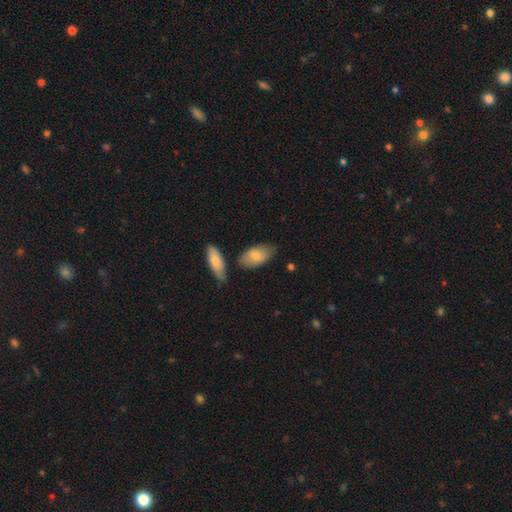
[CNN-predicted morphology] Smooth or featured? Predicted: smooth (p=0.81). How rounded? Predicted: in between (p=0.93). Merging? Predicted: none (p=0.71).